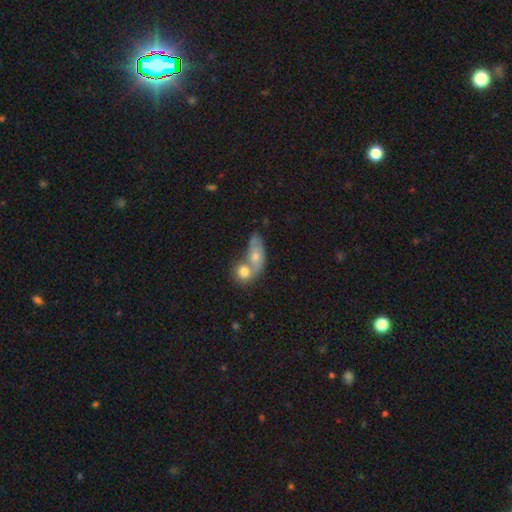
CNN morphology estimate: Smooth or featured? smooth (60%)
How rounded? in between (67%)
Merging? merger (67%)